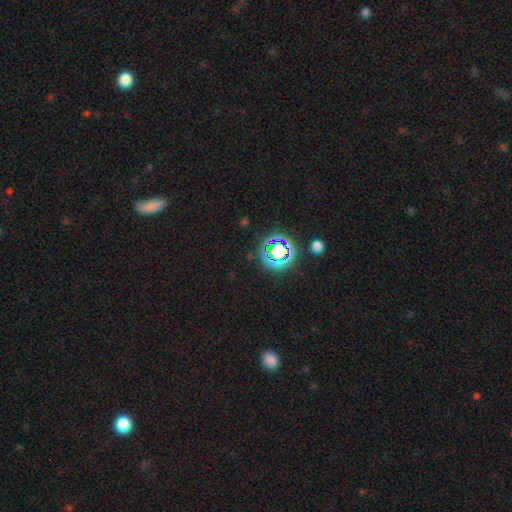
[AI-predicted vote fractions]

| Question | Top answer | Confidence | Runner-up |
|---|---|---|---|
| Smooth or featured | star or artifact | 73% | smooth (19%) |